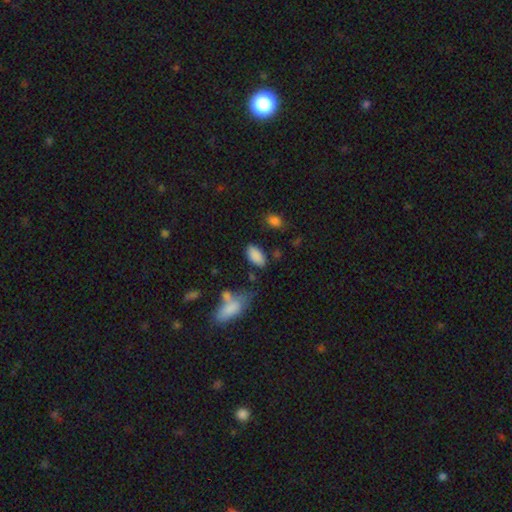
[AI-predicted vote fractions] Smooth or featured?
  - smooth: 86% *
  - star or artifact: 8%
  - featured or disk: 6%
How rounded?
  - in between: 93% *
  - cigar-shaped: 4%
  - round: 3%
Merging?
  - none: 74% *
  - minor disturbance: 16%
  - merger: 5%
  - major disturbance: 5%